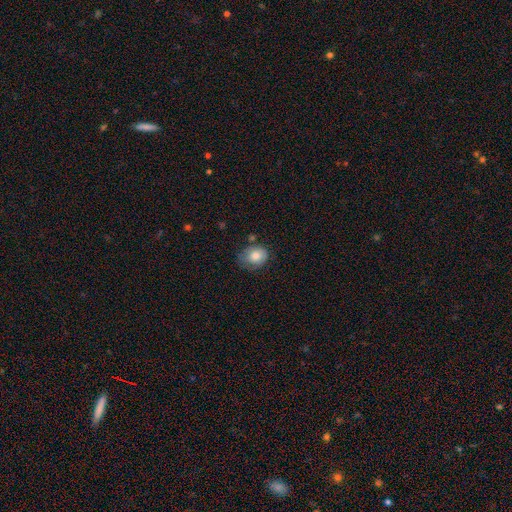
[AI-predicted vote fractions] Morphology: type=smooth (77%); roundness=in between (55%); merging=none (55%).